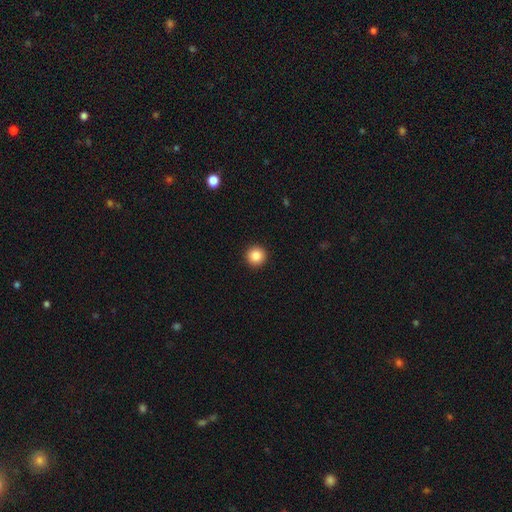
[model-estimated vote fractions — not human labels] This appears to be a smooth galaxy with no disk features (86%) that is round (96%). Merging: none (94%).